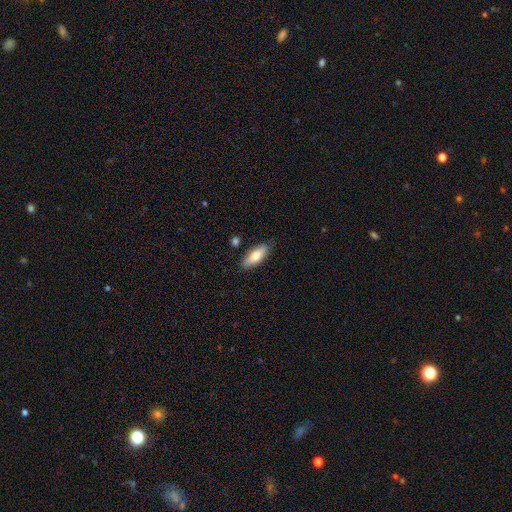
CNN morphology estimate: A smooth galaxy with no disk features (74%) that is in between round and cigar-shaped (70%).

Vote fractions:
- Smooth or featured? smooth: 74% / featured or disk: 19% / star or artifact: 6%
- How rounded? in between: 70% / cigar-shaped: 28% / round: 2%
- Merging? none: 84% / minor disturbance: 11% / merger: 3% / major disturbance: 2%